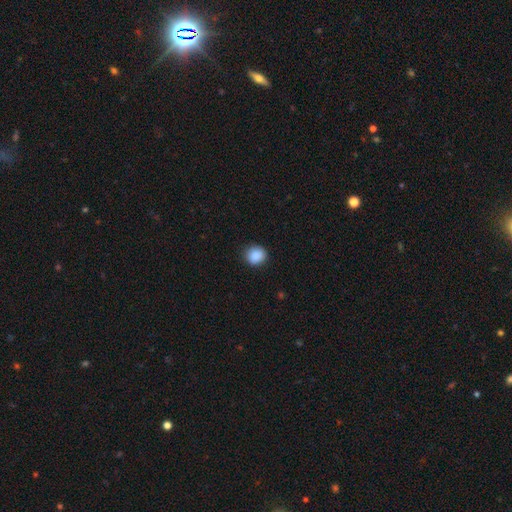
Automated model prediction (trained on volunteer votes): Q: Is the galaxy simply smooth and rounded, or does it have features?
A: smooth — 89%.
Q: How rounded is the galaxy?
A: round — 86%.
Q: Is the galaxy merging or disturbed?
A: none — 86%.